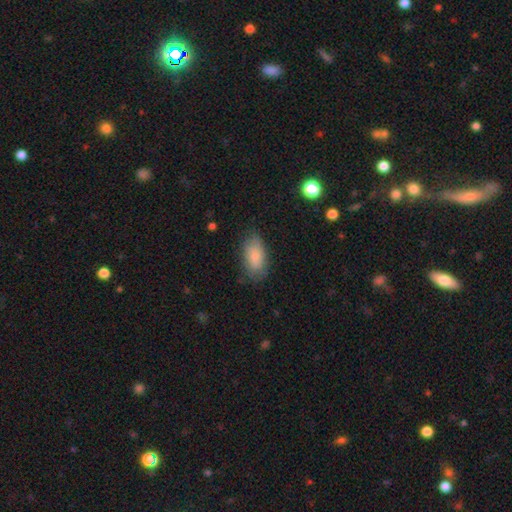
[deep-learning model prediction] smooth 80%, featured or disk 14%, star or artifact 7%. Down the decision tree: how rounded — in between (92%); merging — none (73%).